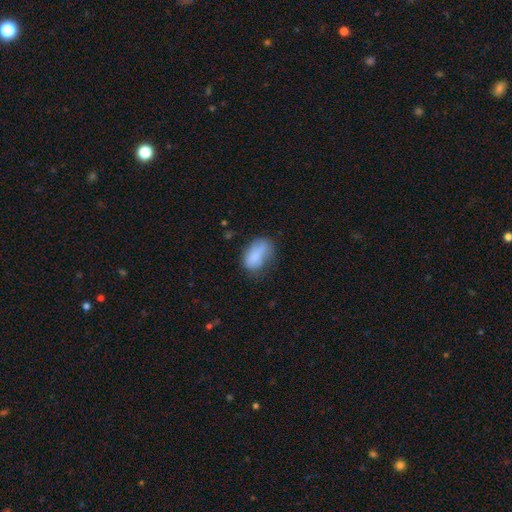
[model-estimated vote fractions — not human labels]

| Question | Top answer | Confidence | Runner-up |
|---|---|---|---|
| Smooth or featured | smooth | 80% | featured or disk (12%) |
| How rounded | in between | 89% | round (7%) |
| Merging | none | 47% | minor disturbance (34%) |